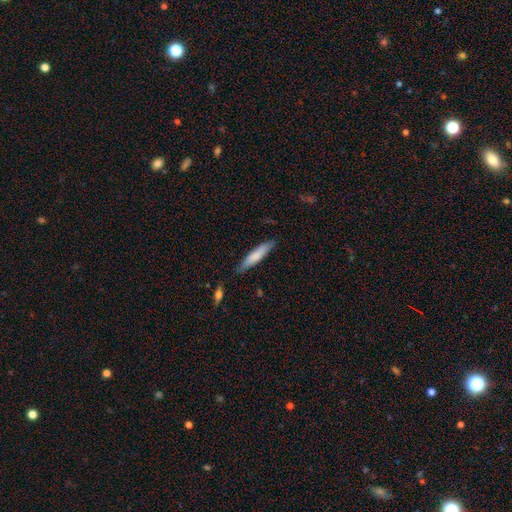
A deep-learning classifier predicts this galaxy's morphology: This is likely a smooth galaxy (76%). How rounded: clearly cigar-shaped (84%). Merging: clearly none (83%).